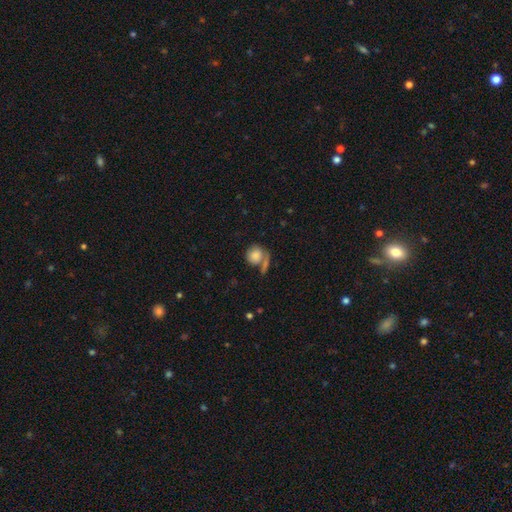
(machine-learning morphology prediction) Smooth or featured? smooth (79%)
How rounded? round (81%)
Merging? none (50%)